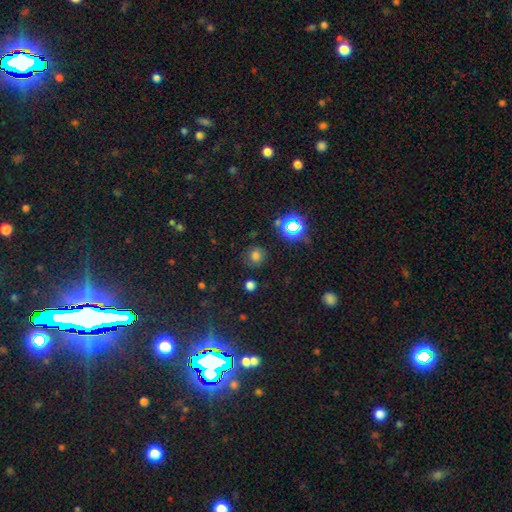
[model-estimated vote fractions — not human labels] smooth-or-featured: smooth: 68% | star or artifact: 25% | featured or disk: 7%
  how-rounded: round: 85% | in between: 14% | cigar-shaped: 1%
  merging: none: 83% | minor disturbance: 10% | major disturbance: 4% | merger: 3%